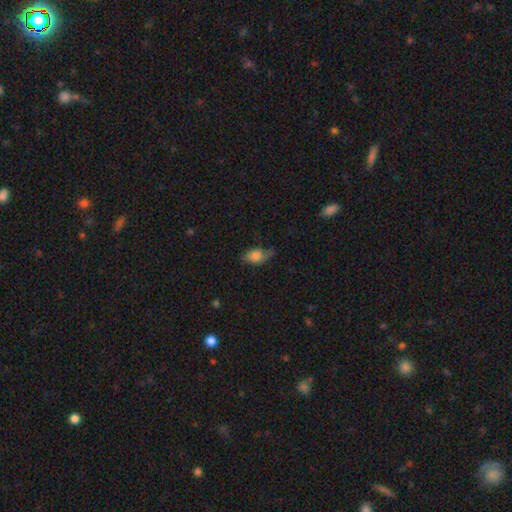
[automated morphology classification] Overall: smooth (74%). How rounded: in between (87%). Merging: none (46%; minor disturbance 35%).